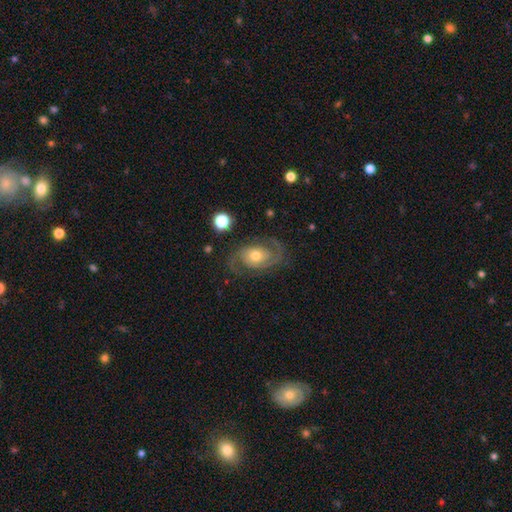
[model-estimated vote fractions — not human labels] A featured or disk galaxy (86%) with no bar (71%), 2 (90%) medium (50%) spiral arms (96%) and a moderate central bulge (62%).

Vote fractions:
- Smooth or featured? featured or disk: 86% / smooth: 8% / star or artifact: 6%
- Edge-on disk? no: 97% / yes: 3%
- Bar? no: 71% / weak: 23% / strong: 6%
- Spiral arms? yes: 96% / no: 4%
- Spiral winding? medium: 50% / tight: 33% / loose: 17%
- Spiral arm count? 2: 90% / can't tell: 4% / 3: 2% / 1: 2% / 4: 1% / more than 4: 1%
- Bulge size? moderate: 62% / small: 29% / large: 6% / dominant: 1% / none: 1%
- Merging? none: 76% / minor disturbance: 14% / major disturbance: 8% / merger: 1%